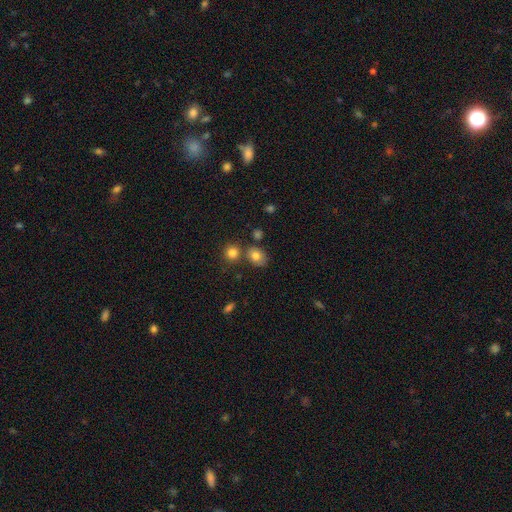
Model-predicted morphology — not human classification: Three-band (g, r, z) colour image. It shows a smooth galaxy with no disk features (78%) that is in between round and cigar-shaped (53%). Merging: none (65%).